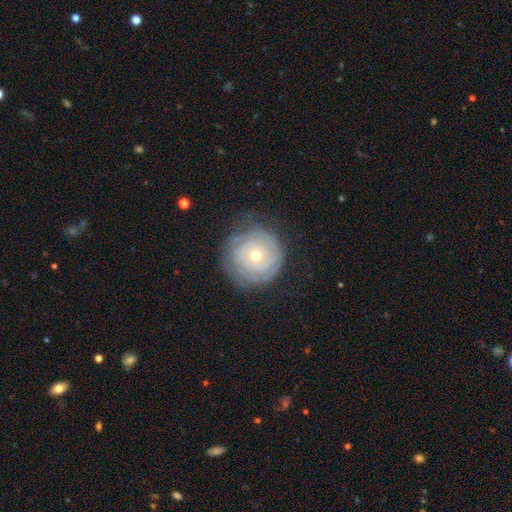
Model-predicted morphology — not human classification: smooth-or-featured: featured or disk: 67% | smooth: 25% | star or artifact: 8%
  disk-edge-on: no: 97% | yes: 3%
    bar: no: 86% | weak: 11% | strong: 3%
    has-spiral-arms: yes: 81% | no: 19%
      spiral-winding: tight: 85% | medium: 11% | loose: 4%
      spiral-arm-count: can't tell: 57% | 2: 15% | 3: 10% | 4: 8% | more than 4: 6% | 1: 5%
    bulge-size: small: 63% | moderate: 33% | large: 2% | dominant: 1% | none: 1%
  merging: none: 75% | minor disturbance: 17% | major disturbance: 7% | merger: 1%